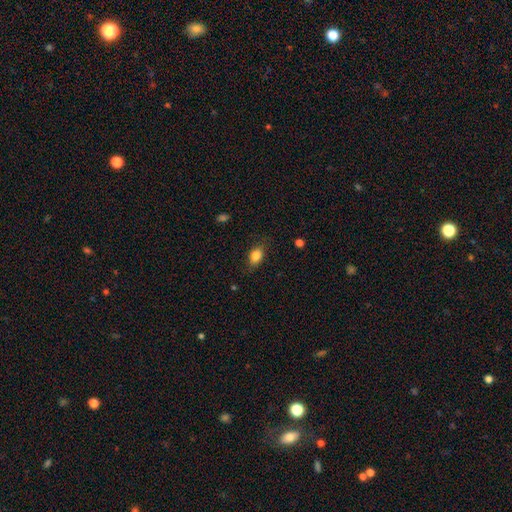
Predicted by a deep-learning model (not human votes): Smooth or featured? Predicted: smooth (p=0.84). How rounded? Predicted: in between (p=0.82). Merging? Predicted: none (p=0.80).